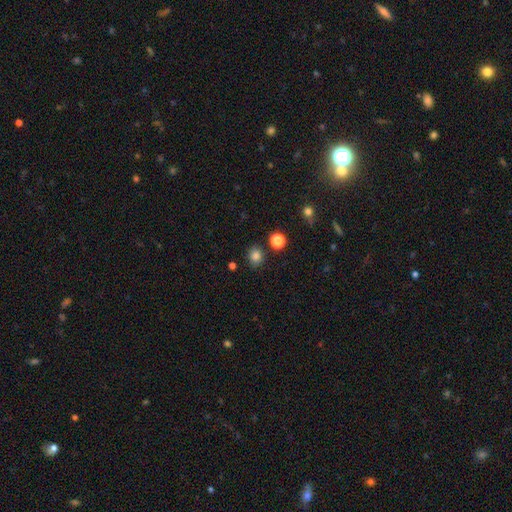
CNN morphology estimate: smooth 82%, star or artifact 13%, featured or disk 5%. Down the decision tree: how rounded — round (66%); merging — none (83%).